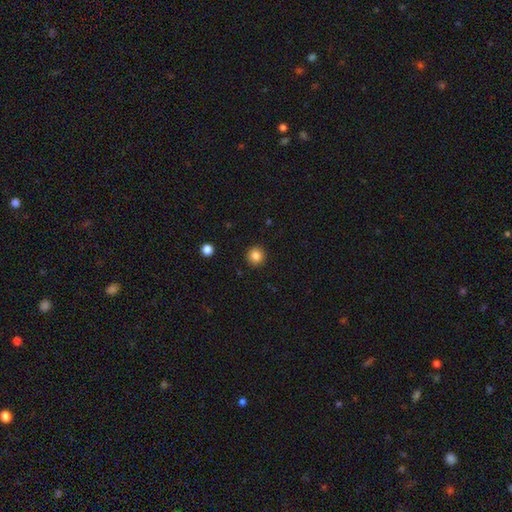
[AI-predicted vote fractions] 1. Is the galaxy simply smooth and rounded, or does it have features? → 85% smooth, 11% star or artifact, 5% featured or disk.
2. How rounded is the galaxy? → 93% round, 6% in between, 1% cigar-shaped.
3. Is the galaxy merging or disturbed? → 92% none, 5% minor disturbance, 2% major disturbance, 1% merger.